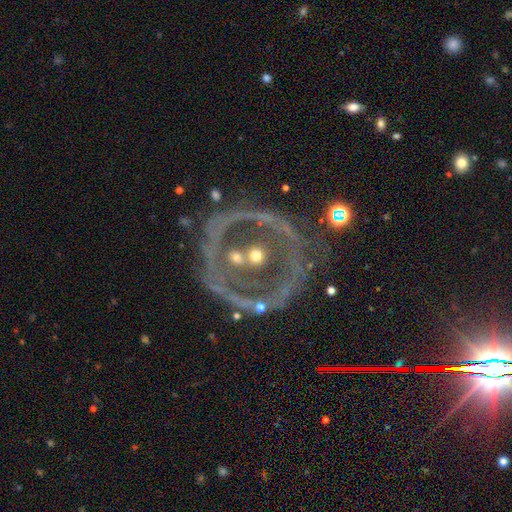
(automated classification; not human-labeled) Smooth or featured? featured or disk (66%)
Edge-on disk? no (94%)
Bar? no (82%)
Spiral arms? no (65%)
Bulge size? moderate (55%)
Merging? none (61%)